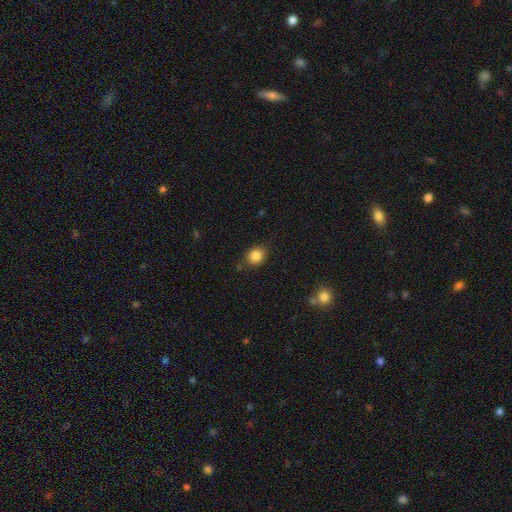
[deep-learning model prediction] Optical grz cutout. It shows a smooth galaxy with no disk features (85%) that is round (68%). Merging: none (80%).